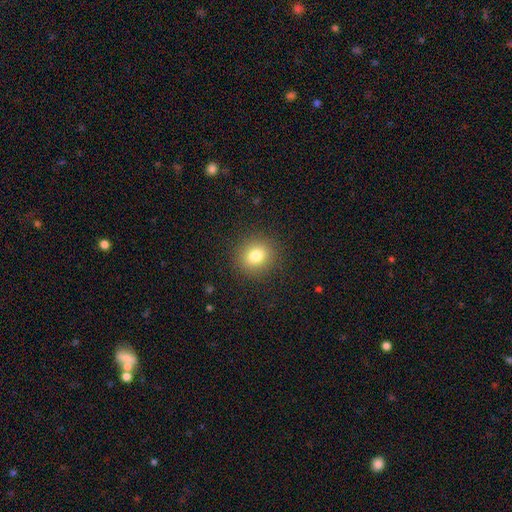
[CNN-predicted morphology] smooth 80%, star or artifact 12%, featured or disk 8%. Down the decision tree: how rounded — round (80%); merging — none (89%).